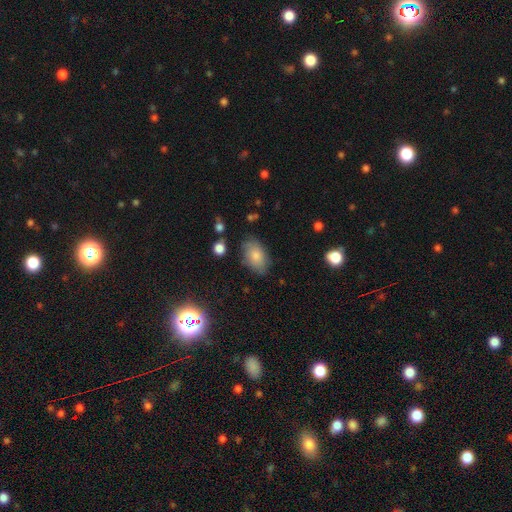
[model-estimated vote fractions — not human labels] Smooth or featured? Predicted: smooth (p=0.81). How rounded? Predicted: in between (p=0.91). Merging? Predicted: none (p=0.77).